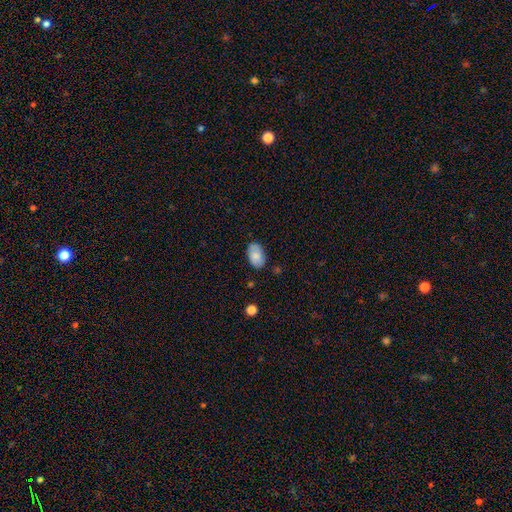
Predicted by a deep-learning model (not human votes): Overall: smooth (78%). How rounded: in between (93%). Merging: none (79%).